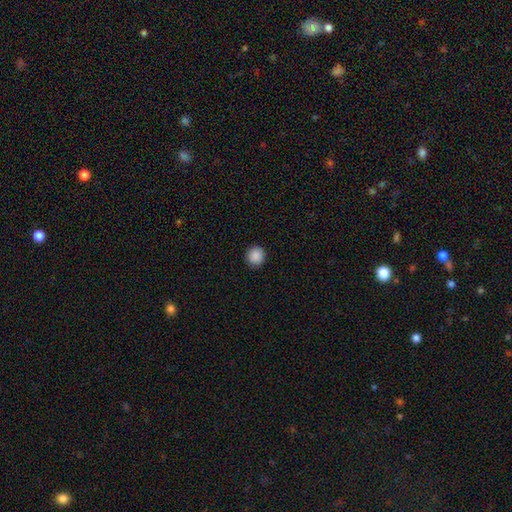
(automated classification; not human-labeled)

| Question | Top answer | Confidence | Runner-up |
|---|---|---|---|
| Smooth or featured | smooth | 89% | star or artifact (8%) |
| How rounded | round | 93% | in between (6%) |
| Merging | none | 92% | minor disturbance (5%) |